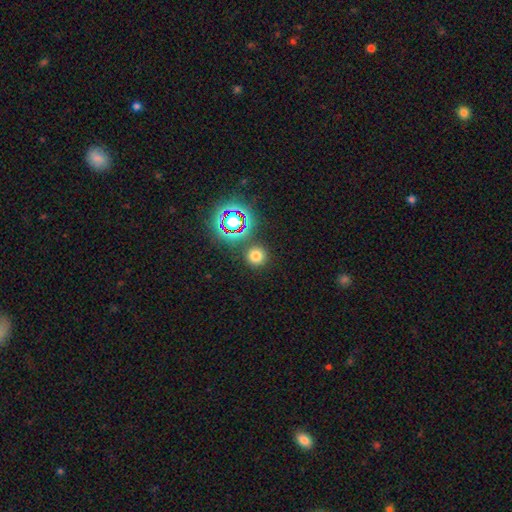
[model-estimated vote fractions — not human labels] smooth 70%, star or artifact 23%, featured or disk 6%. Down the decision tree: how rounded — round (94%); merging — none (86%).